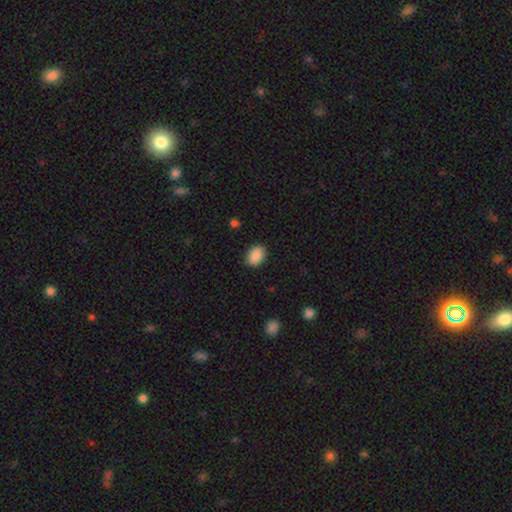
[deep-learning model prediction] Smooth or featured: smooth — 88% (star or artifact — 8%)
How rounded: in between — 74% (round — 25%)
Merging: none — 88% (minor disturbance — 9%)